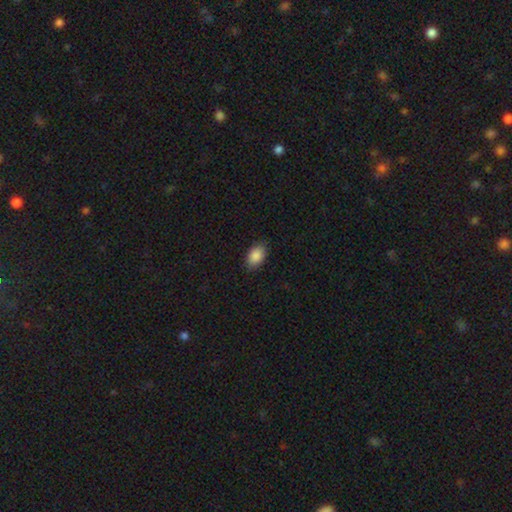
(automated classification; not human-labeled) This appears to be a smooth galaxy with no disk features (89%) that is in between round and cigar-shaped (87%). Merging: none (86%).